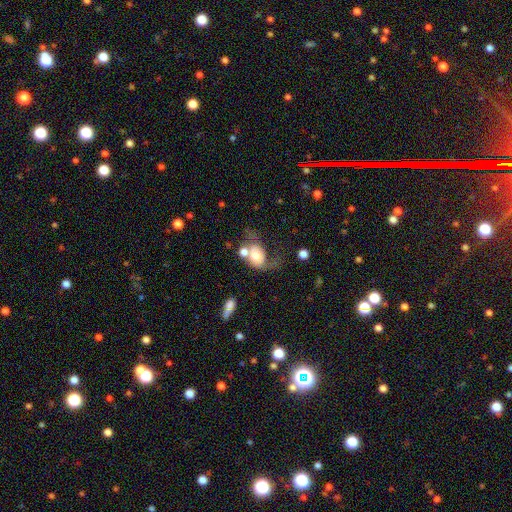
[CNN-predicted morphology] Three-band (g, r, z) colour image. It shows a smooth galaxy with no disk features (55%) that is in between round and cigar-shaped (59%). Merging: merger (36%).